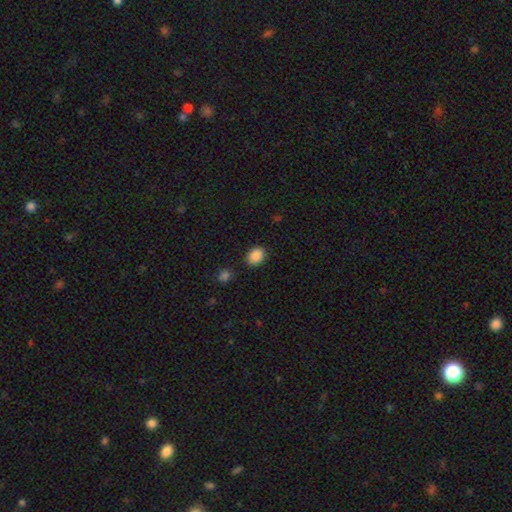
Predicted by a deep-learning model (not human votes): A smooth galaxy with no disk features (88%) that is in between round and cigar-shaped (58%).

Vote fractions:
- Smooth or featured? smooth: 88% / star or artifact: 9% / featured or disk: 4%
- How rounded? in between: 58% / round: 41% / cigar-shaped: 1%
- Merging? none: 85% / minor disturbance: 10% / major disturbance: 3% / merger: 2%